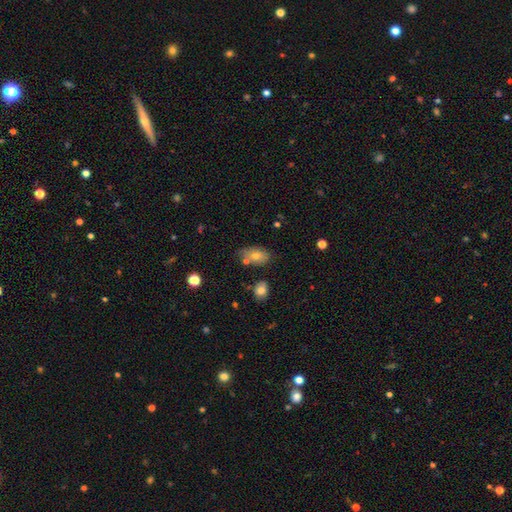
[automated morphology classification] This is likely a smooth galaxy (70%). How rounded: clearly in between (86%). Merging: likely none (65%).